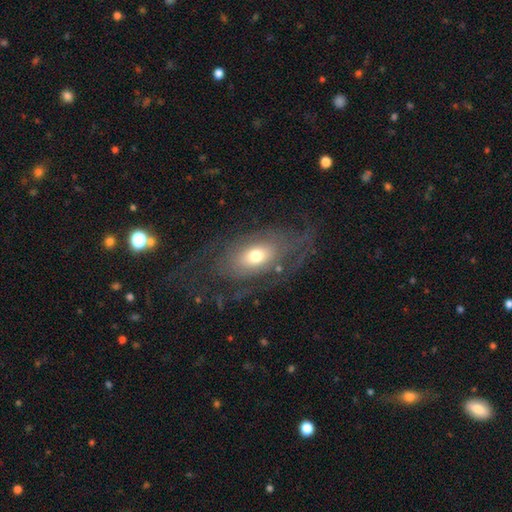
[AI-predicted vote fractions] This is likely a featured or disk galaxy (61%). It is clearly not viewed edge-on (91%). Bar: likely no (78%). Spiral arm pattern: likely yes (64%). Central bulge: likely moderate (64%). Merging: possibly none (57%).